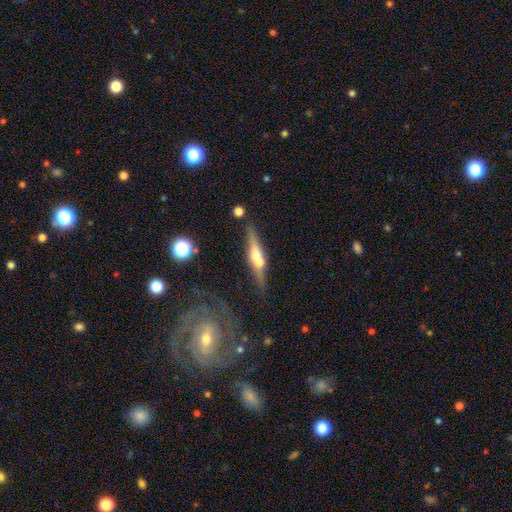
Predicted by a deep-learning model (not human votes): Overall: featured or disk (58%; smooth 35%). Edge-on disk: yes (89%). Edge-on bulge: rounded (85%). Merging: none (59%).